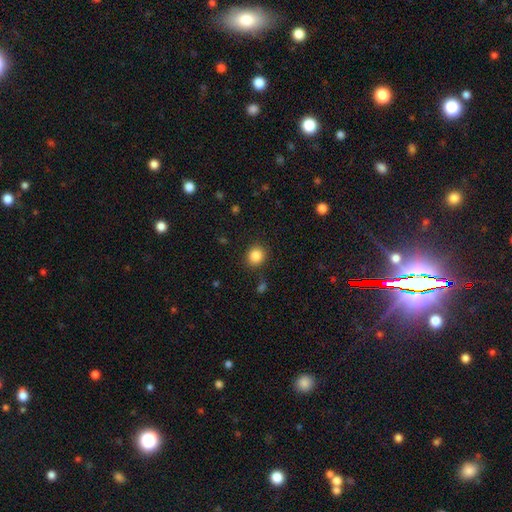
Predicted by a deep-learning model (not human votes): Smooth or featured?
  - smooth: 86% *
  - star or artifact: 10%
  - featured or disk: 4%
How rounded?
  - round: 84% *
  - in between: 15%
  - cigar-shaped: 1%
Merging?
  - none: 86% *
  - minor disturbance: 9%
  - major disturbance: 3%
  - merger: 2%